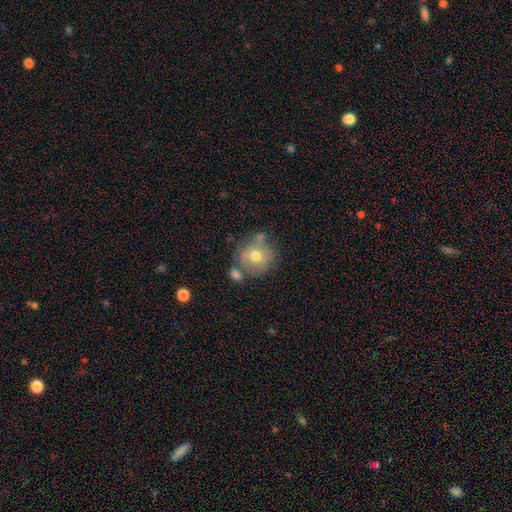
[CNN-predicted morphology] Smooth or featured? Predicted: smooth (p=0.64). How rounded? Predicted: round (p=0.87). Merging? Predicted: none (p=0.56).